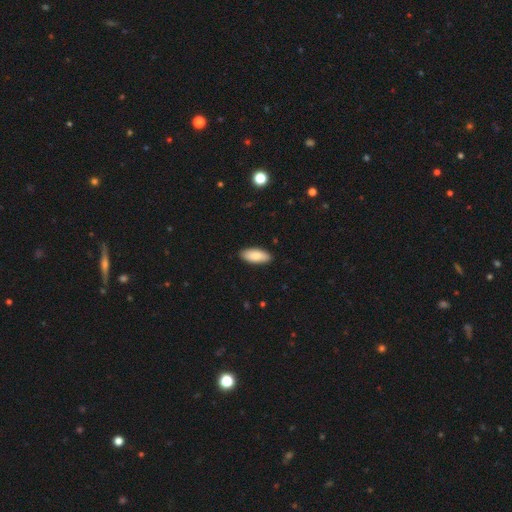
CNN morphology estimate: The model was most divided on "how rounded": in between: 84%, cigar-shaped: 14%, round: 2%. More confident: merging — none (89%); smooth or featured — smooth (84%).